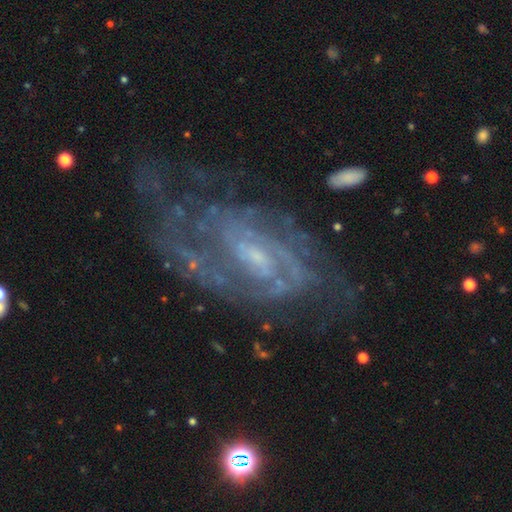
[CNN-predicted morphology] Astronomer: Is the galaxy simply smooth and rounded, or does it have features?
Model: featured or disk — 86%.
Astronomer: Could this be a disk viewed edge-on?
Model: no — 96%.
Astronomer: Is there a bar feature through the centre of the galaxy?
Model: weak — 52% (runner-up: no, 30%).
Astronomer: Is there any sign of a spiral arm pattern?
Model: yes — 94%.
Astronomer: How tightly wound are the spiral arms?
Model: tight — 52% (runner-up: medium, 38%).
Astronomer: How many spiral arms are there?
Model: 2 — 39% (runner-up: can't tell, 32%).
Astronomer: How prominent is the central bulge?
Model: small — 64%.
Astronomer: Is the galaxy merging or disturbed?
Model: none — 61%.